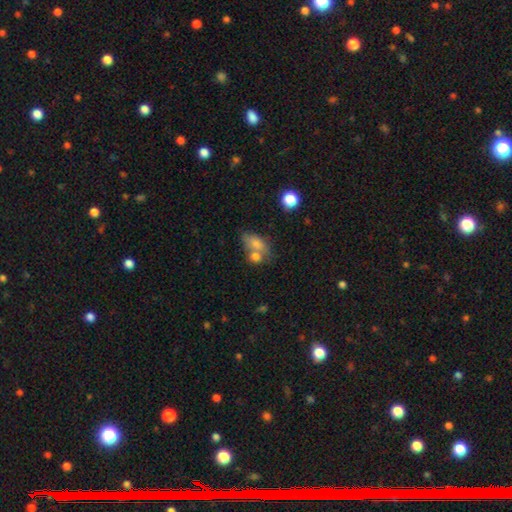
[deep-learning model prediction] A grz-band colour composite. It shows a smooth galaxy with no disk features (75%) that is in between round and cigar-shaped (68%). Merging: merger (45%).